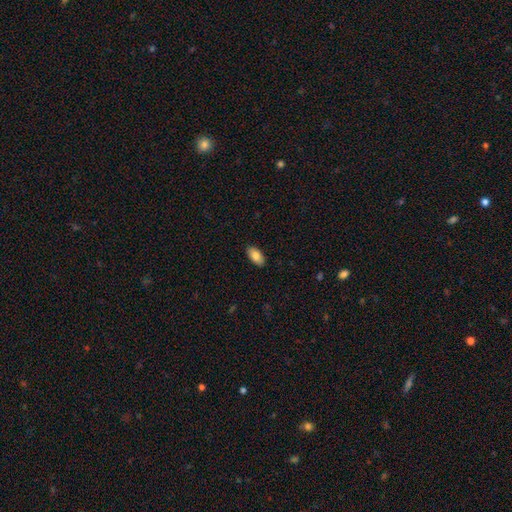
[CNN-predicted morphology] Overall: smooth (84%). How rounded: in between (94%). Merging: none (89%).